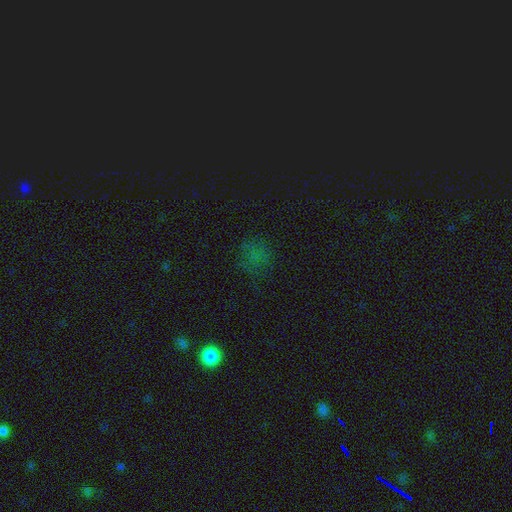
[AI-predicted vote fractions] Smooth or featured?
  - smooth: 50% *
  - star or artifact: 36%
  - featured or disk: 14%
How rounded?
  - round: 76% *
  - in between: 23%
  - cigar-shaped: 1%
Merging?
  - none: 67% *
  - minor disturbance: 17%
  - major disturbance: 13%
  - merger: 2%